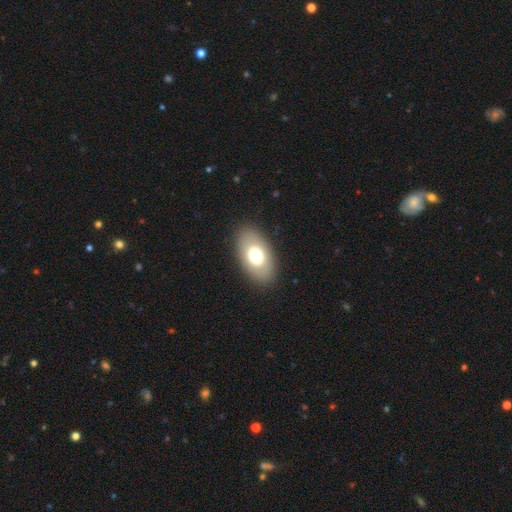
Smooth or featured? smooth (70%)
How rounded? in between (89%)
Merging? none (79%)